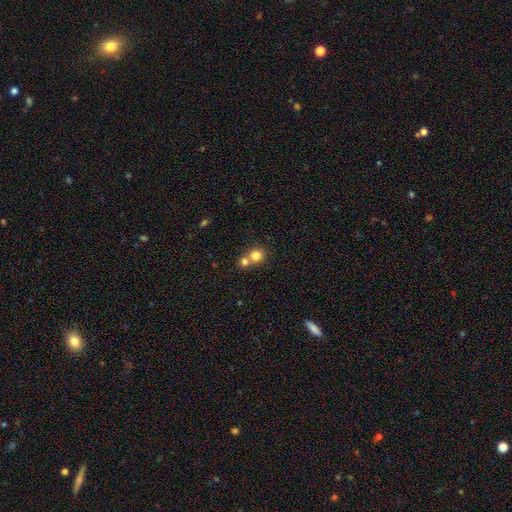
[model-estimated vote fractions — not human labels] Smooth or featured? Predicted: smooth (p=0.80). How rounded? Predicted: round (p=0.86). Merging? Predicted: merger (p=0.48).